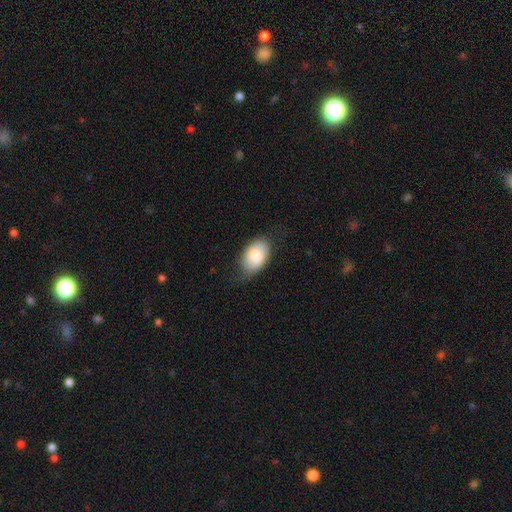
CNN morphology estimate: This is clearly a smooth galaxy (82%). How rounded: clearly in between (91%). Merging: likely none (65%).